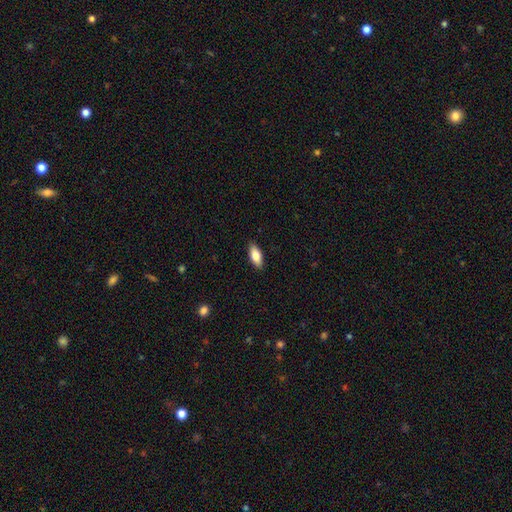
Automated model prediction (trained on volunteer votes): Q: Smooth or featured?
A: smooth (80%); runner-up: featured or disk (14%)
Q: How rounded?
A: in between (84%); runner-up: cigar-shaped (14%)
Q: Merging?
A: none (89%); runner-up: minor disturbance (9%)